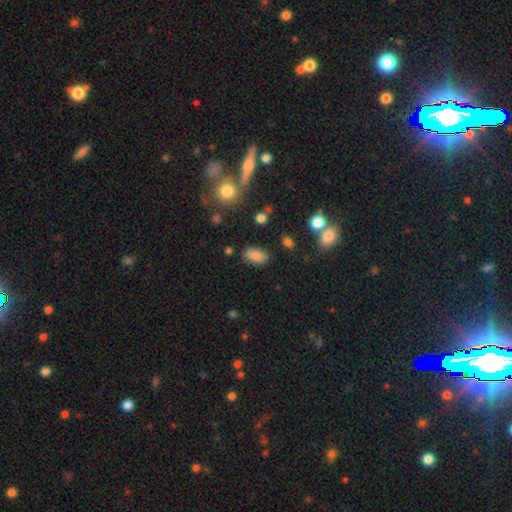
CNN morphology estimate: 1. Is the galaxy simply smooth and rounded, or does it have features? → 84% smooth, 10% star or artifact, 6% featured or disk.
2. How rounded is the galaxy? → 91% in between, 5% round, 4% cigar-shaped.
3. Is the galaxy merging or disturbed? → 82% none, 12% minor disturbance, 3% major disturbance, 3% merger.